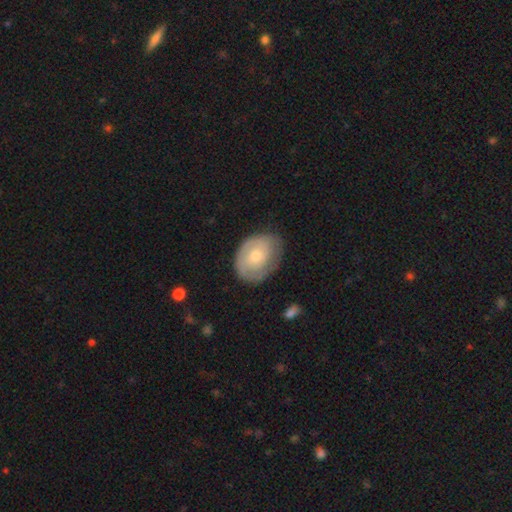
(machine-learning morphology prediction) Smooth or featured?
  - featured or disk: 52% *
  - smooth: 42%
  - star or artifact: 6%
Edge-on disk?
  - no: 96% *
  - yes: 4%
Merging?
  - none: 68% *
  - minor disturbance: 23%
  - major disturbance: 7%
  - merger: 1%